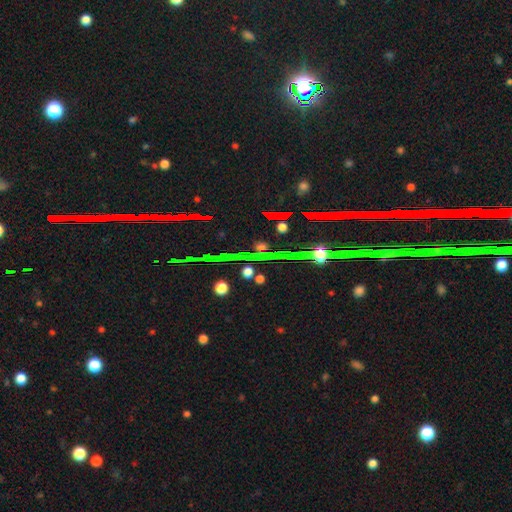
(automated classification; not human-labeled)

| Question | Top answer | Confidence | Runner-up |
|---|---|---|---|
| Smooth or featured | star or artifact | 85% | featured or disk (8%) |